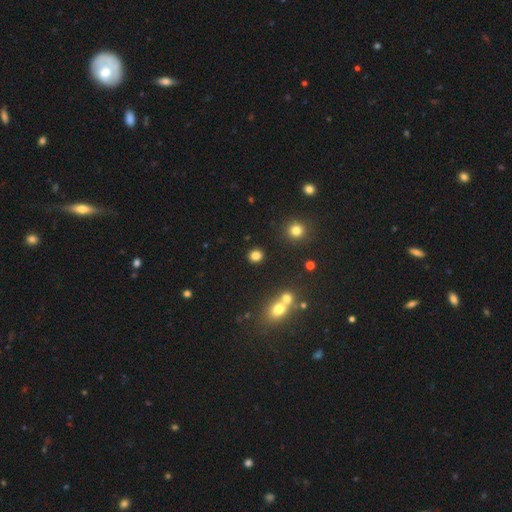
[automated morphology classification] A smooth galaxy with no disk features (81%) that is round (80%).

Vote fractions:
- Smooth or featured? smooth: 81% / star or artifact: 14% / featured or disk: 5%
- How rounded? round: 80% / in between: 19% / cigar-shaped: 1%
- Merging? none: 88% / minor disturbance: 6% / merger: 4% / major disturbance: 2%